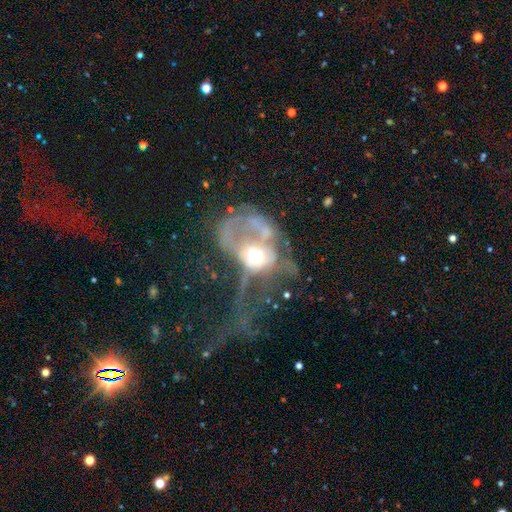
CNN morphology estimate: The model was most divided on "bulge size": moderate: 61%, large: 22%, small: 11%, dominant: 4%, none: 3%. More confident: edge-on disk — no (95%); bar — no (80%); spiral arms — no (73%); merging — major disturbance (66%); smooth or featured — featured or disk (64%).